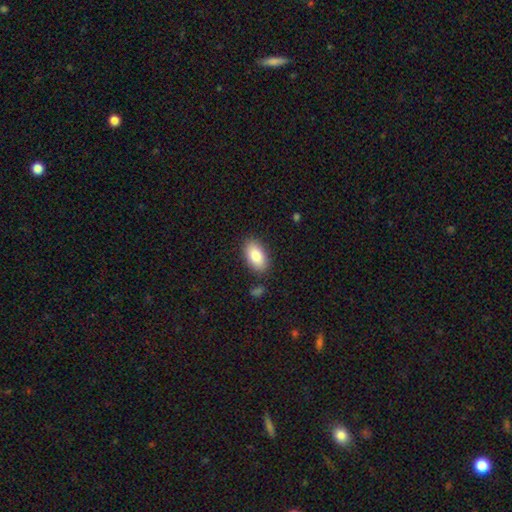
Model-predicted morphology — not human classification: smooth 85%, featured or disk 9%, star or artifact 7%. Down the decision tree: how rounded — in between (94%); merging — none (85%).